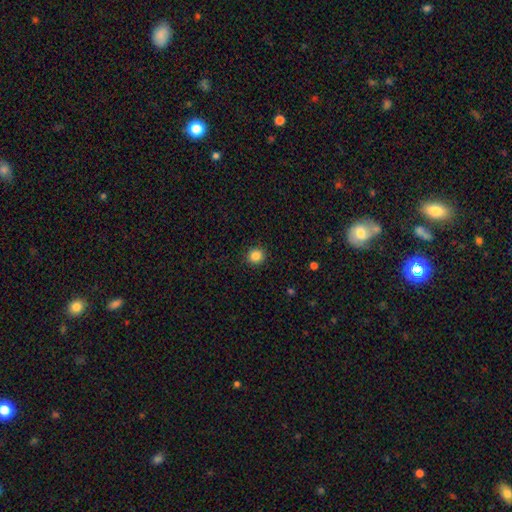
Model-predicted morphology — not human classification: type=smooth (85%); roundness=round (93%); merging=none (92%).